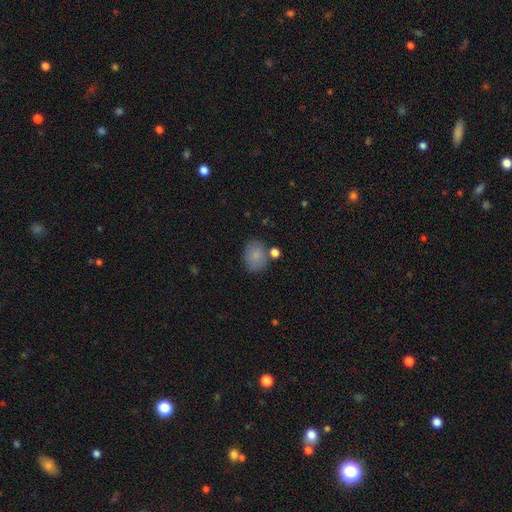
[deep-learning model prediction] smooth 83%, featured or disk 9%, star or artifact 8%. Down the decision tree: how rounded — in between (53%); merging — none (69%).